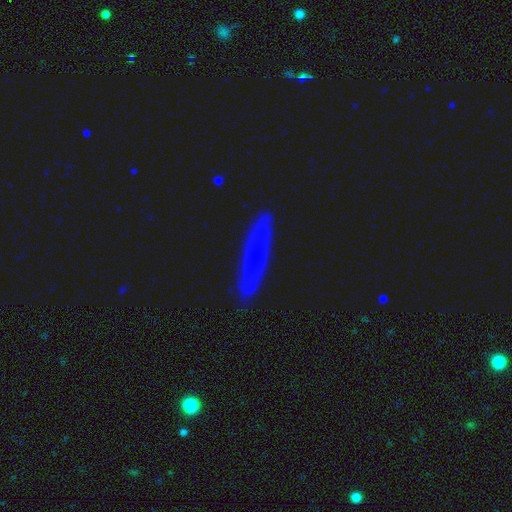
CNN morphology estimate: Smooth or featured?
  - featured or disk: 59% *
  - smooth: 32%
  - star or artifact: 9%
Edge-on disk?
  - no: 51% *
  - yes: 49%
Merging?
  - none: 84% *
  - minor disturbance: 12%
  - major disturbance: 3%
  - merger: 1%